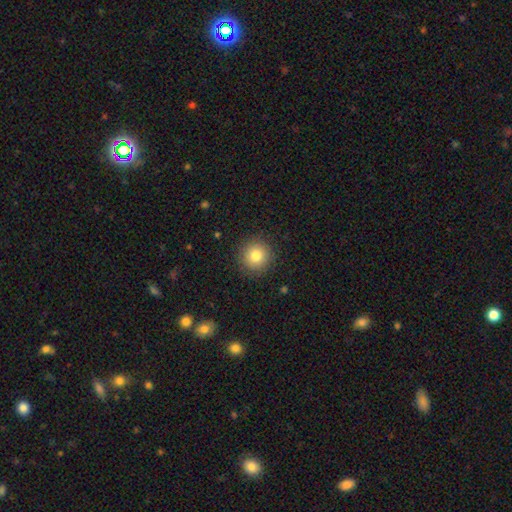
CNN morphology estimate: A smooth galaxy with no disk features (81%) that is round (95%). Merging: none (90%).